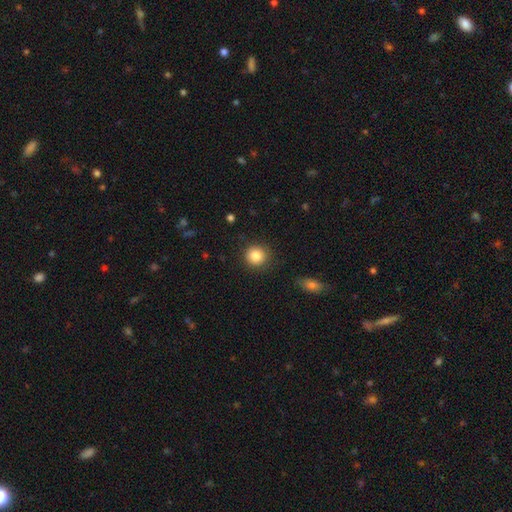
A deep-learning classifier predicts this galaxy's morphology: This appears to be a smooth galaxy with no disk features (85%) that is round (92%). Merging: none (89%).